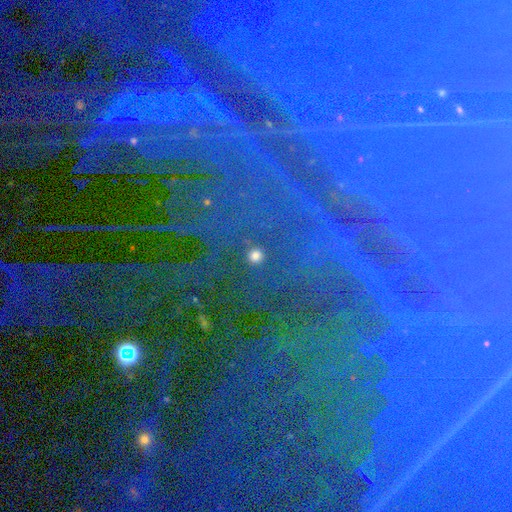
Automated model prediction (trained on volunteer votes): Overall: star or artifact (85%).